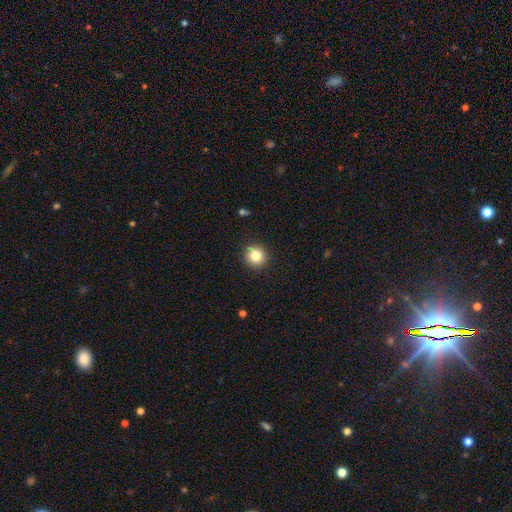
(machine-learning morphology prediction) A smooth galaxy with no disk features (83%) that is round (91%).

Vote fractions:
- Smooth or featured? smooth: 83% / star or artifact: 10% / featured or disk: 7%
- How rounded? round: 91% / in between: 8% / cigar-shaped: 1%
- Merging? none: 91% / minor disturbance: 6% / major disturbance: 2% / merger: 1%